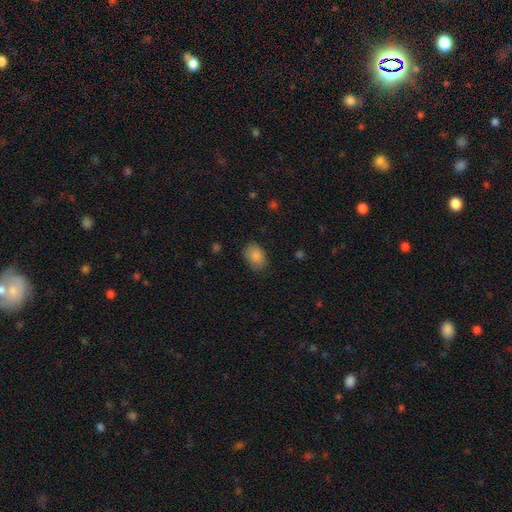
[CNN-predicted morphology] A smooth galaxy with no disk features (87%) that is in between round and cigar-shaped (76%). Merging: none (78%).